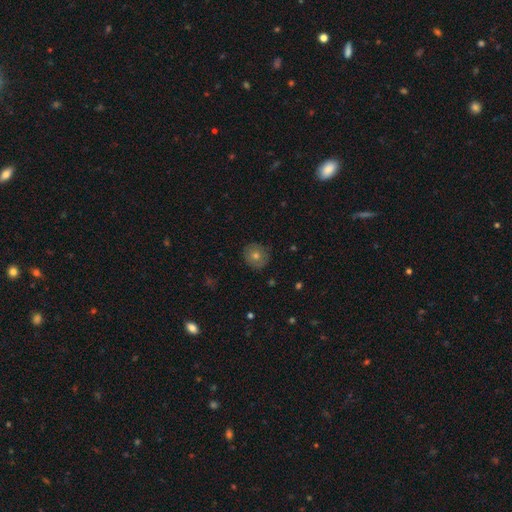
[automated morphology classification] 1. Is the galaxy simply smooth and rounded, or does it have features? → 64% smooth, 22% featured or disk, 13% star or artifact.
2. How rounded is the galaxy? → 89% round, 10% in between, 1% cigar-shaped.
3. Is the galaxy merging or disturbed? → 86% none, 11% minor disturbance, 2% major disturbance, 1% merger.